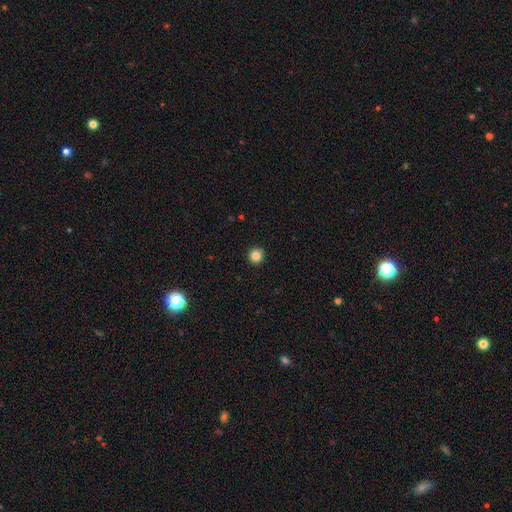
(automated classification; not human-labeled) Morphology: type=smooth (85%); roundness=round (95%); merging=none (92%).